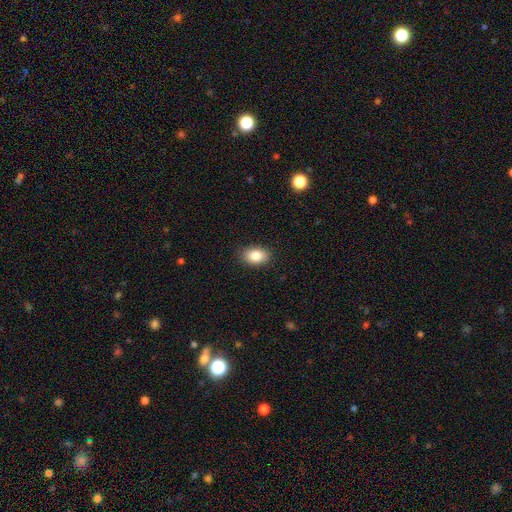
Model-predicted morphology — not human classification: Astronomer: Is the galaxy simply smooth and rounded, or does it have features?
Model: smooth — 85%.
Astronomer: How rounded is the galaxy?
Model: in between — 84%.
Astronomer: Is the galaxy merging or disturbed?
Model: none — 88%.